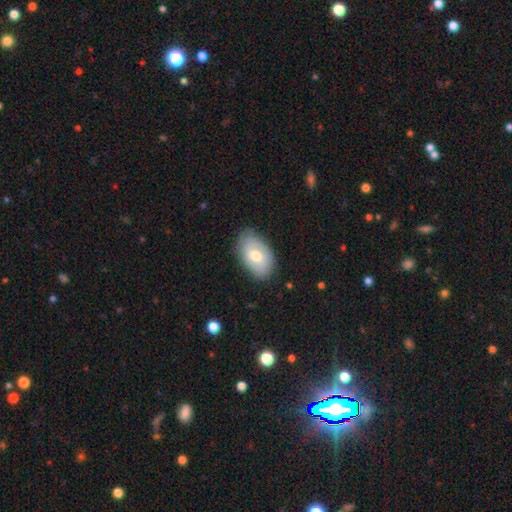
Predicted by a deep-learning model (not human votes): Smooth or featured?
  - smooth: 61% *
  - featured or disk: 32%
  - star or artifact: 7%
How rounded?
  - in between: 90% *
  - round: 8%
  - cigar-shaped: 1%
Merging?
  - none: 77% *
  - minor disturbance: 18%
  - major disturbance: 4%
  - merger: 1%